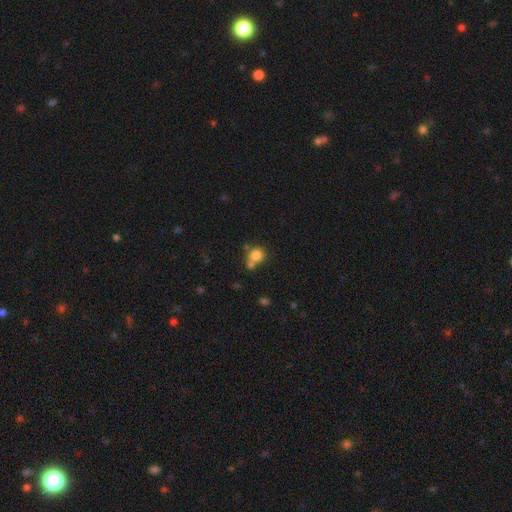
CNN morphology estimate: This is likely a smooth galaxy (79%). How rounded: clearly round (82%). Merging: possibly none (51%).